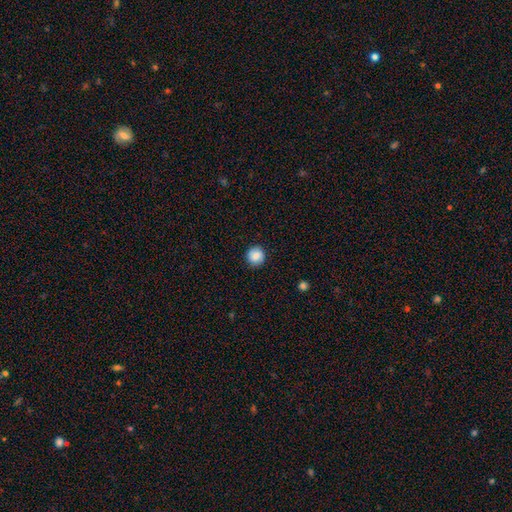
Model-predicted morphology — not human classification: A smooth galaxy with no disk features (83%) that is round (92%).

Vote fractions:
- Smooth or featured? smooth: 83% / star or artifact: 9% / featured or disk: 9%
- How rounded? round: 92% / in between: 7% / cigar-shaped: 1%
- Merging? none: 89% / minor disturbance: 8% / major disturbance: 2% / merger: 1%